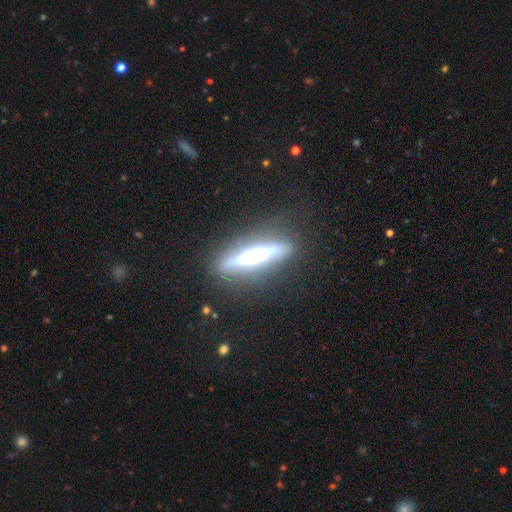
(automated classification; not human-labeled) A featured or disk galaxy (67%) viewed edge-on (88%) with a rounded central bulge (58%).

Vote fractions:
- Smooth or featured? featured or disk: 67% / smooth: 25% / star or artifact: 8%
- Edge-on disk? yes: 88% / no: 12%
- Edge-on bulge? rounded: 58% / none: 30% / boxy: 12%
- Merging? none: 78% / minor disturbance: 14% / major disturbance: 5% / merger: 2%